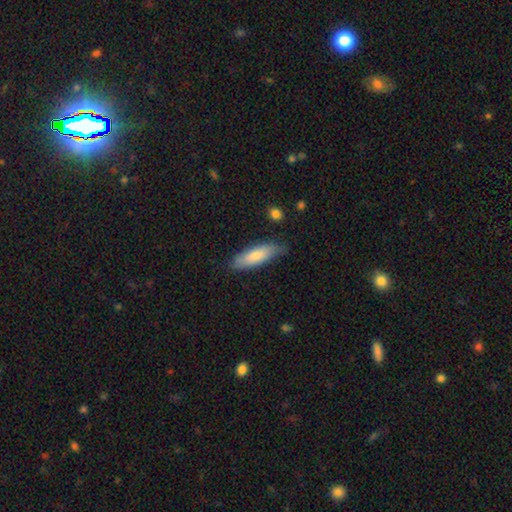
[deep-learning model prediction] Overall: smooth (77%). How rounded: in between (50%; cigar-shaped 49%). Merging: none (76%).